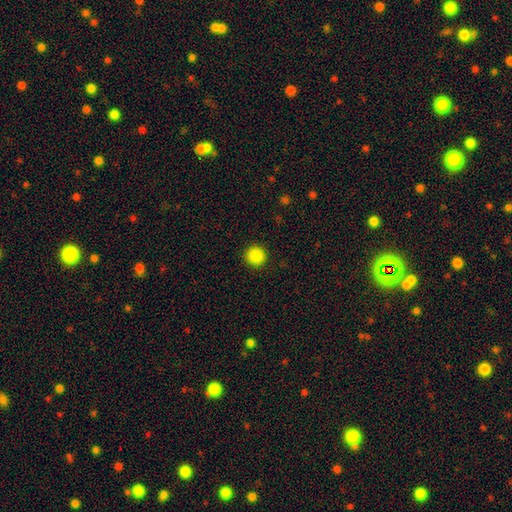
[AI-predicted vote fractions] This is clearly a smooth galaxy (88%). How rounded: clearly round (94%). Merging: clearly none (92%).